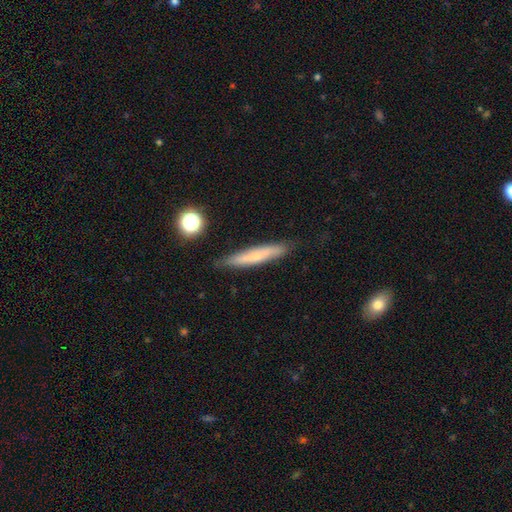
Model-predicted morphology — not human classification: A smooth galaxy with no disk features (59%) that is cigar-shaped (92%). Merging: none (83%).